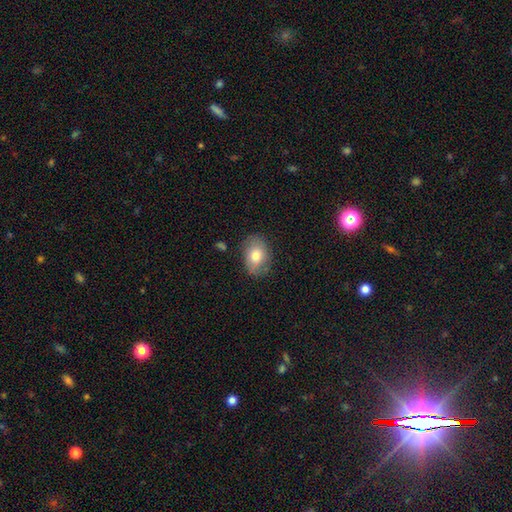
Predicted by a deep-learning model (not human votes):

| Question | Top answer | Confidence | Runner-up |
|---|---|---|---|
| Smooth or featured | smooth | 74% | featured or disk (18%) |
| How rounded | in between | 73% | round (26%) |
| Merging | none | 76% | minor disturbance (18%) |